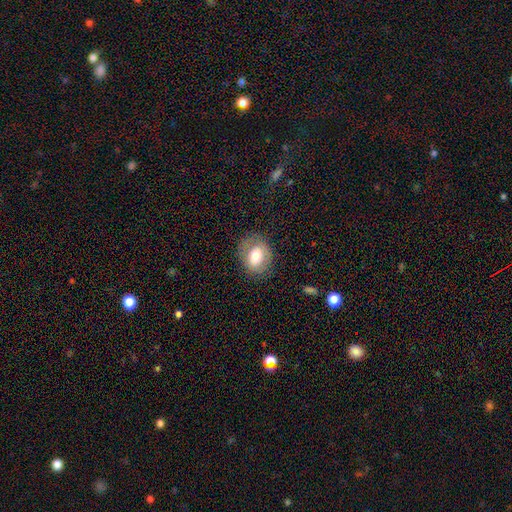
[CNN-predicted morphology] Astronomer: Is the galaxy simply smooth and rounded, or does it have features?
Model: smooth — 62%.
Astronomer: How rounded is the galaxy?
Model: in between — 52% (runner-up: round, 47%).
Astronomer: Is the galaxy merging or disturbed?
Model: none — 77%.